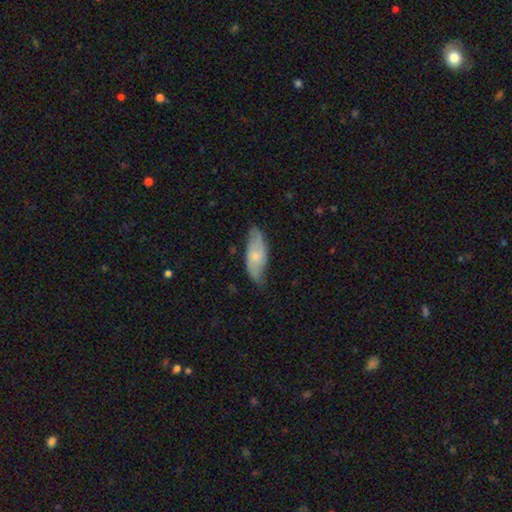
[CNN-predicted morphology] smooth 51%, featured or disk 43%, star or artifact 6%. Down the decision tree: how rounded — in between (78%); merging — none (68%).